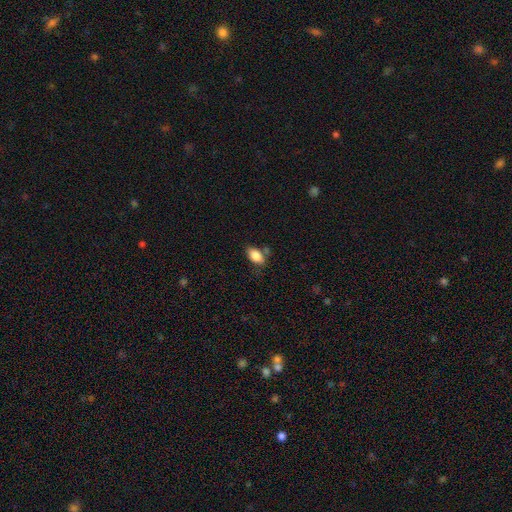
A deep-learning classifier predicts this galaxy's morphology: Smooth or featured?
  - smooth: 85% *
  - star or artifact: 8%
  - featured or disk: 7%
How rounded?
  - in between: 90% *
  - round: 7%
  - cigar-shaped: 2%
Merging?
  - none: 68% *
  - minor disturbance: 18%
  - merger: 9%
  - major disturbance: 4%